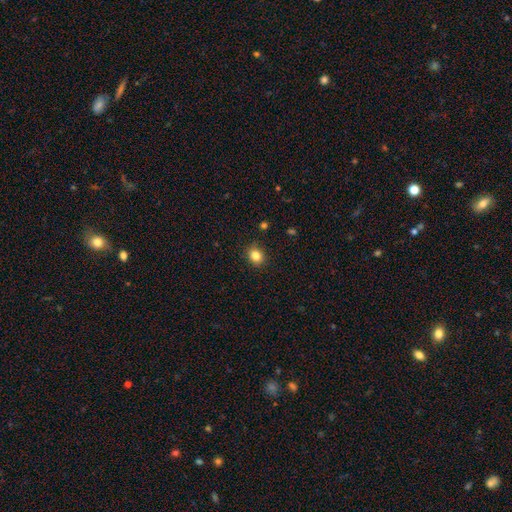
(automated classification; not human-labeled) Overall: smooth (84%). How rounded: round (65%; in between 35%). Merging: none (88%).